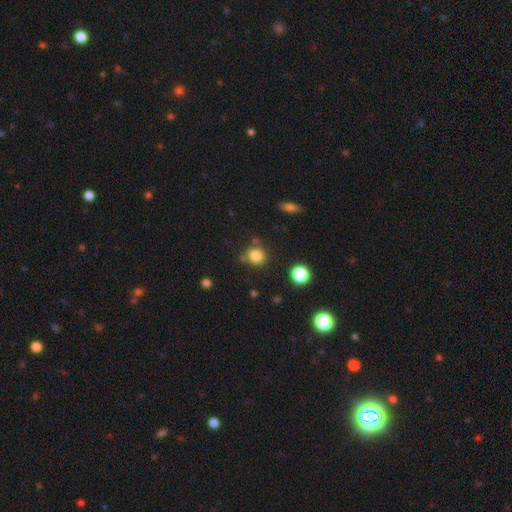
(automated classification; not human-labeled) The model was most divided on "merging": none: 77%, minor disturbance: 11%, merger: 9%, major disturbance: 4%. More confident: how rounded — round (85%); smooth or featured — smooth (82%).